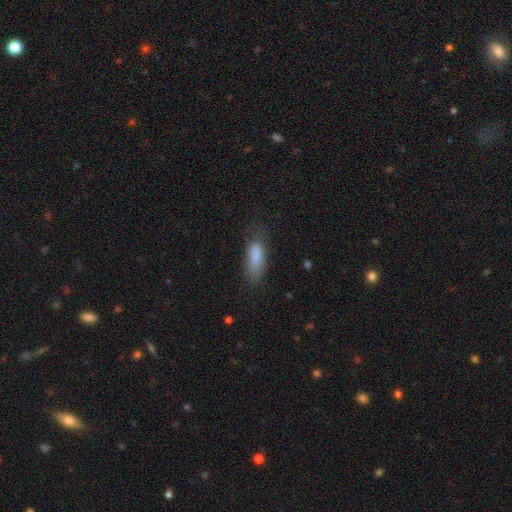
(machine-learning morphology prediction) smooth 83%, featured or disk 9%, star or artifact 8%. Down the decision tree: how rounded — in between (70%); merging — none (57%).